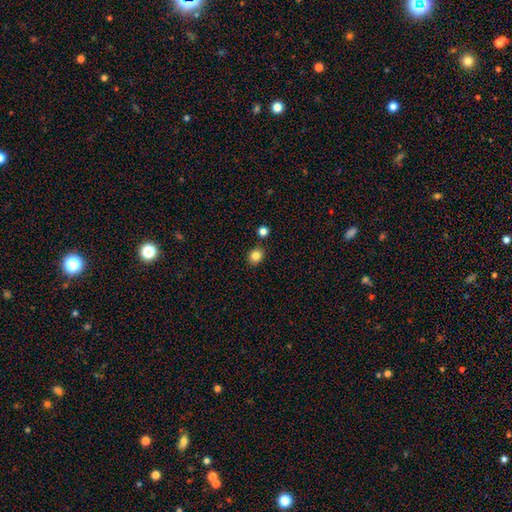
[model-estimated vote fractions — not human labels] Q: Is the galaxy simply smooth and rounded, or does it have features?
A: smooth — 84%.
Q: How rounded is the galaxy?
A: round — 69%.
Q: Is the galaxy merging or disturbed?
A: none — 85%.